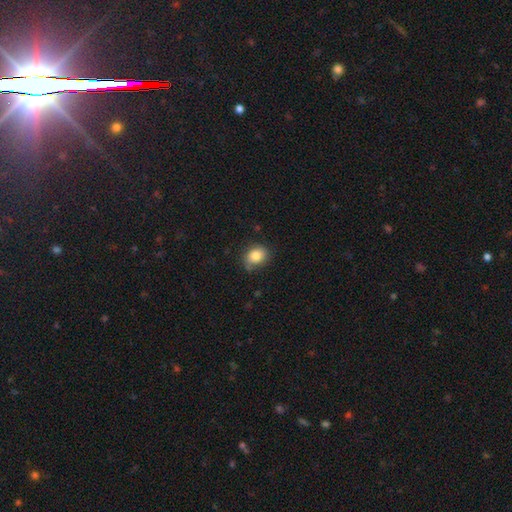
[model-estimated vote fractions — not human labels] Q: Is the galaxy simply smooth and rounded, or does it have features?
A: smooth — 81%.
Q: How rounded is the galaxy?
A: in between — 51%.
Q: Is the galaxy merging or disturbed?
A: none — 71%.